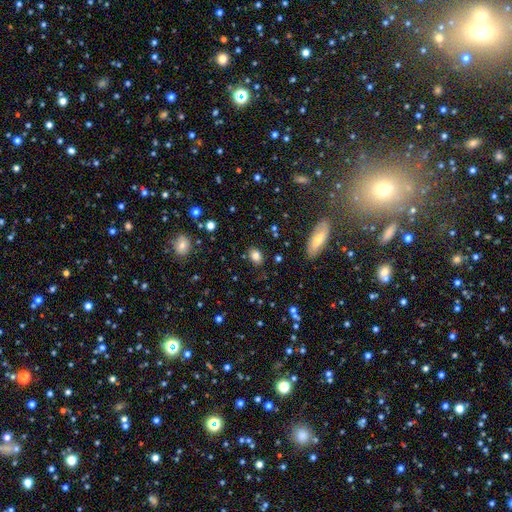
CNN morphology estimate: type=smooth (82%); roundness=in between (76%); merging=none (85%).